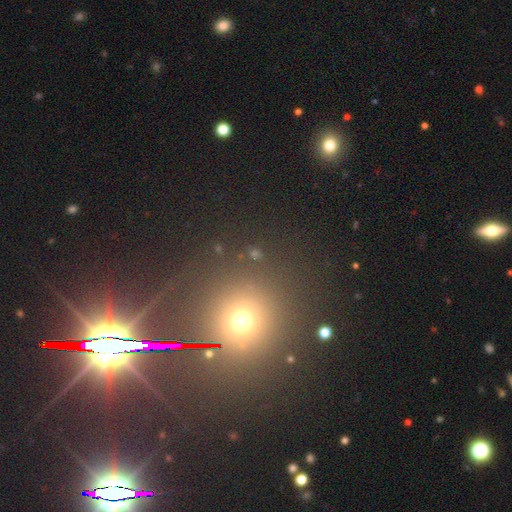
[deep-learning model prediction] Smooth or featured: star or artifact — 47% (smooth — 43%)